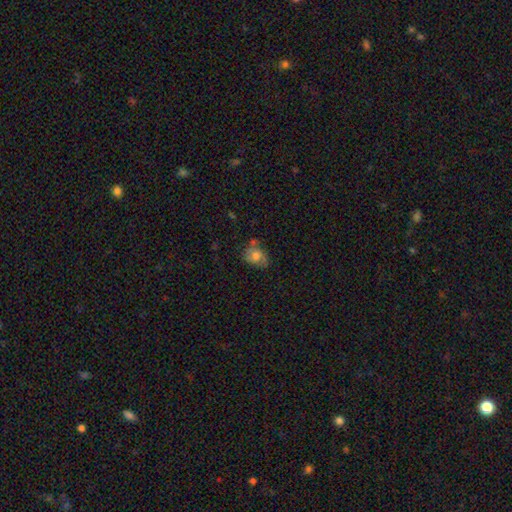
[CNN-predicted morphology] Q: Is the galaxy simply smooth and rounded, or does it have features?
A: smooth — 62%.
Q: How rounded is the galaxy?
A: in between — 53%.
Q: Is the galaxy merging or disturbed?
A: none — 50%.